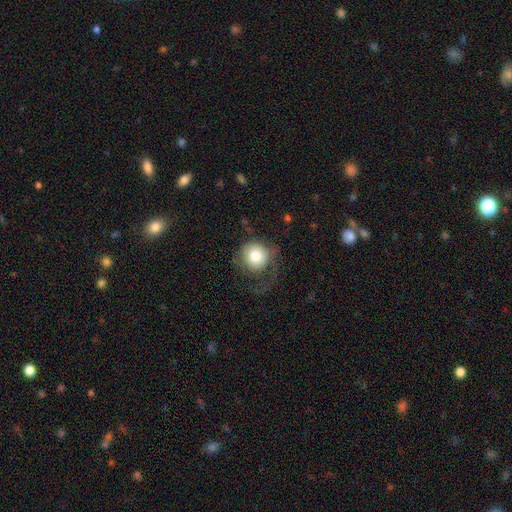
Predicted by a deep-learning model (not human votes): Morphology: type=smooth (73%); roundness=round (88%); merging=none (43%).